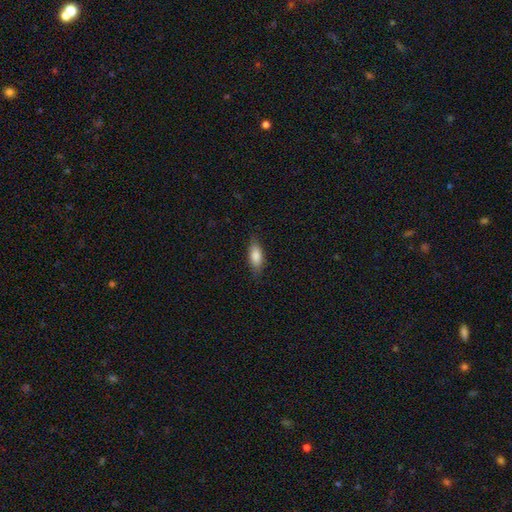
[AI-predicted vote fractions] This appears to be a smooth galaxy with no disk features (82%) that is in between round and cigar-shaped (80%). Merging: none (80%).